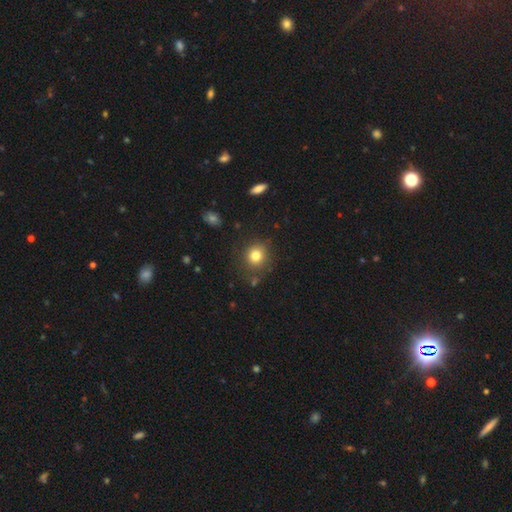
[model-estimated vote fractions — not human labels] Smooth or featured? smooth (81%)
How rounded? round (83%)
Merging? none (81%)